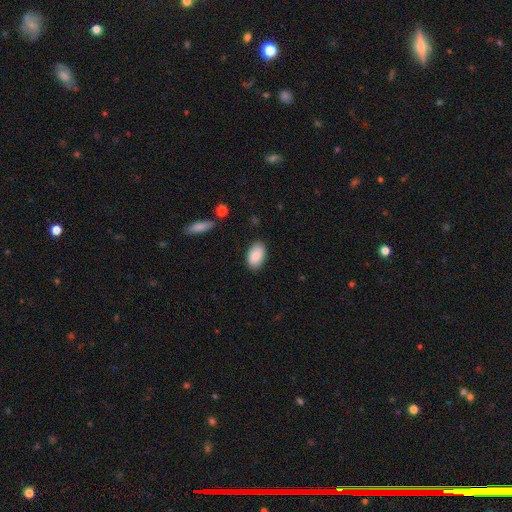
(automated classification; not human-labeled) This appears to be a smooth galaxy with no disk features (87%) that is in between round and cigar-shaped (94%). Merging: none (85%).